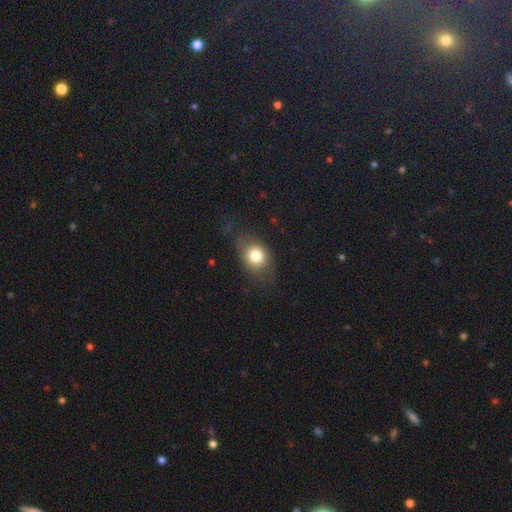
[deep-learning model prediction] Smooth or featured? Predicted: smooth (p=0.77). How rounded? Predicted: in between (p=0.63). Merging? Predicted: none (p=0.68).